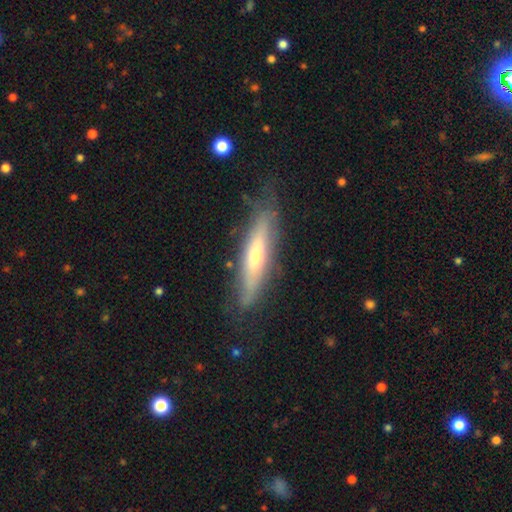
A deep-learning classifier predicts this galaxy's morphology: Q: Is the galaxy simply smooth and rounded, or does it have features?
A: featured or disk — 54%.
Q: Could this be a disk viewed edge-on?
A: yes — 73%.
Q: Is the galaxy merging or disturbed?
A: none — 74%.